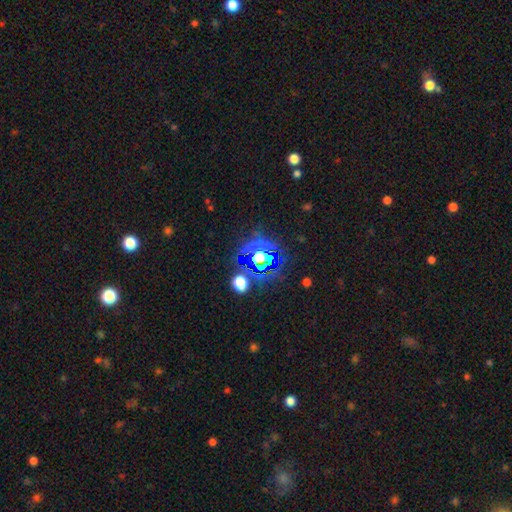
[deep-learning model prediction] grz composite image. It shows a star or artifact, not a galaxy (68%).